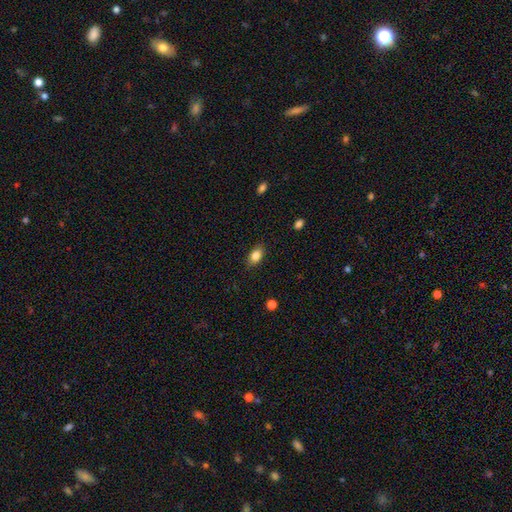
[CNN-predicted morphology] This appears to be a smooth galaxy with no disk features (84%) that is in between round and cigar-shaped (85%). Merging: none (85%).